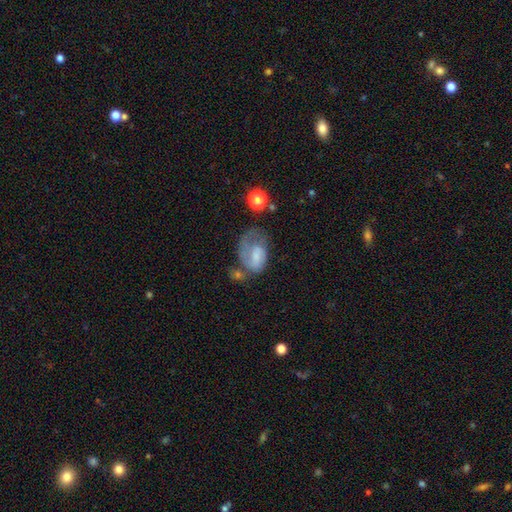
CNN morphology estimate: This is possibly a featured or disk galaxy (50%). Merging: marginally major disturbance (40%).